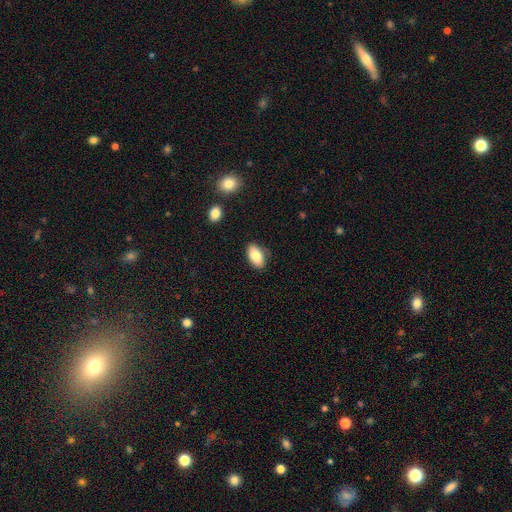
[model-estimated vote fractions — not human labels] A smooth galaxy with no disk features (81%) that is in between round and cigar-shaped (93%).

Vote fractions:
- Smooth or featured? smooth: 81% / featured or disk: 12% / star or artifact: 7%
- How rounded? in between: 93% / round: 4% / cigar-shaped: 3%
- Merging? none: 82% / minor disturbance: 13% / major disturbance: 3% / merger: 2%